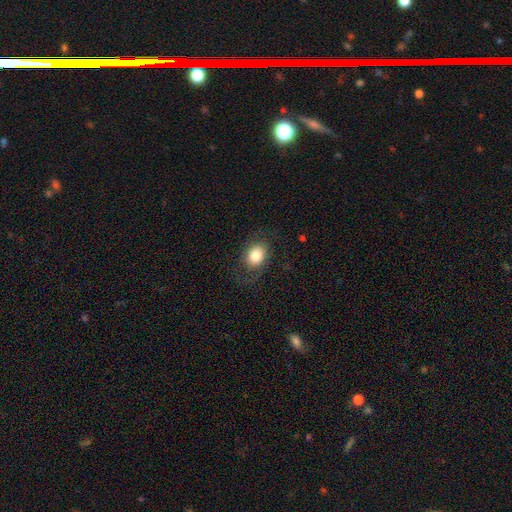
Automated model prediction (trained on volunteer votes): smooth-or-featured: smooth: 77% | featured or disk: 15% | star or artifact: 8%
  how-rounded: in between: 62% | round: 37% | cigar-shaped: 1%
  merging: none: 71% | minor disturbance: 17% | major disturbance: 11% | merger: 1%